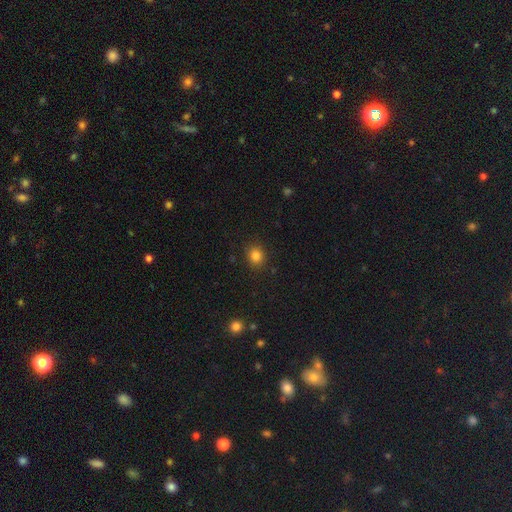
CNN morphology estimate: A smooth galaxy with no disk features (83%) that is round (71%). Merging: none (87%).